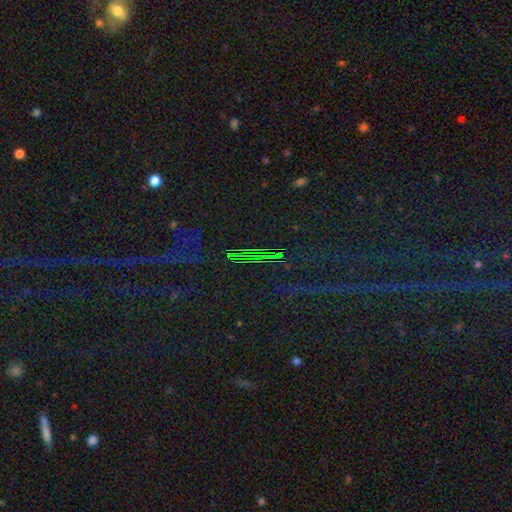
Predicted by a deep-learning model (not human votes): Smooth or featured: star or artifact — 85% (featured or disk — 8%)